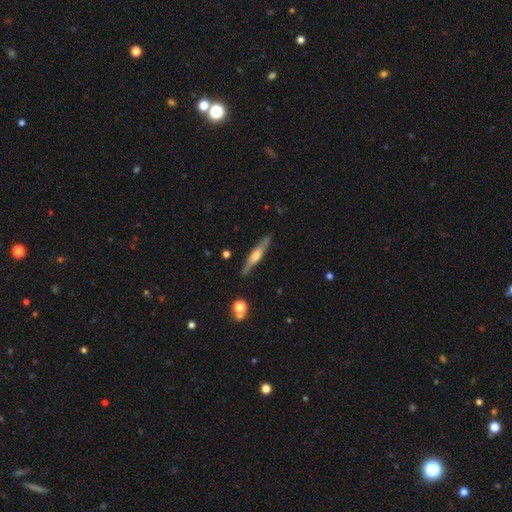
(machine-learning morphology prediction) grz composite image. It shows a featured or disk galaxy (63%) viewed edge-on (92%) with a rounded central bulge (78%). Merging: none (84%).